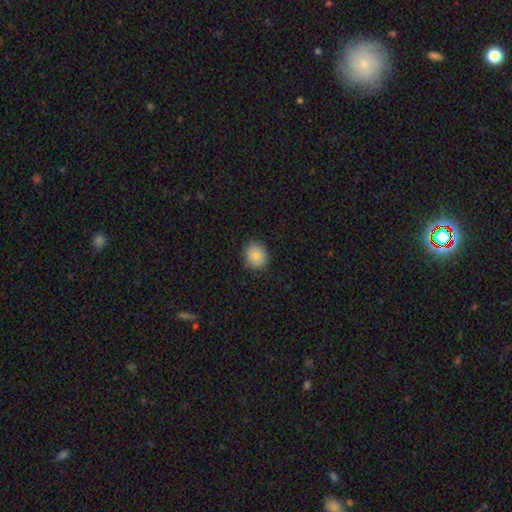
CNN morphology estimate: Overall: smooth (83%). How rounded: round (68%; in between 31%). Merging: none (87%).